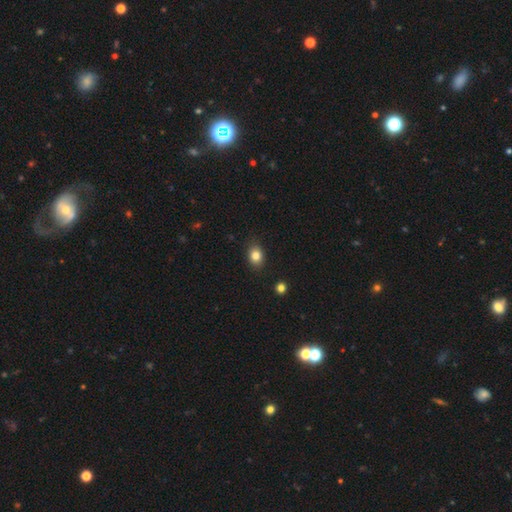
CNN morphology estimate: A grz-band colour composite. It shows a smooth galaxy with no disk features (83%) that is in between round and cigar-shaped (58%). Merging: none (85%).